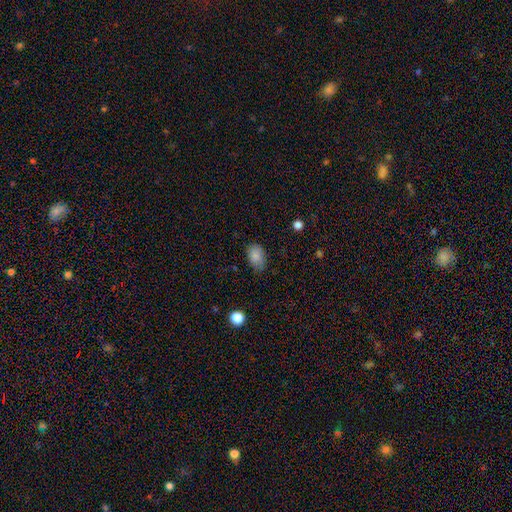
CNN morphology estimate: Q: Smooth or featured?
A: smooth (86%); runner-up: star or artifact (9%)
Q: How rounded?
A: in between (87%); runner-up: round (11%)
Q: Merging?
A: none (73%); runner-up: minor disturbance (21%)